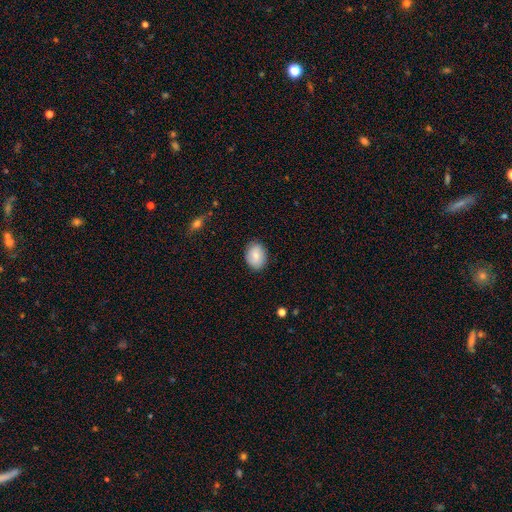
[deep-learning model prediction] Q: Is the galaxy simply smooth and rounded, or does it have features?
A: smooth — 80%.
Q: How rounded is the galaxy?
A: in between — 67%.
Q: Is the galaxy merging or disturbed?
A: none — 86%.